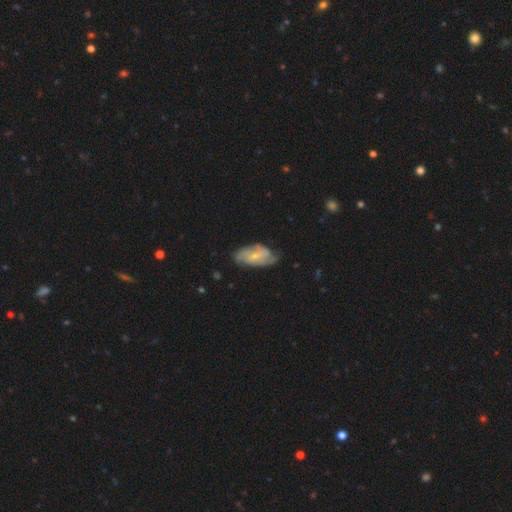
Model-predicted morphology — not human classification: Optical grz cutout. It shows a featured or disk galaxy (64%) with no bar (45%), 2 (43%) medium (43%) spiral arms (87%) and a small central bulge (59%). Merging: none (59%).